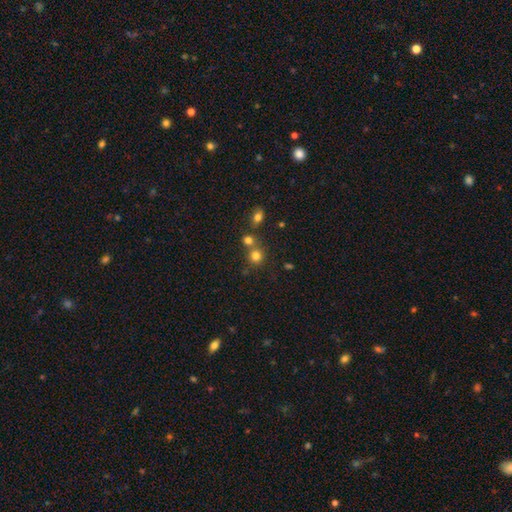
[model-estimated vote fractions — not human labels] Smooth or featured? Predicted: smooth (p=0.77). How rounded? Predicted: round (p=0.86). Merging? Predicted: none (p=0.58).